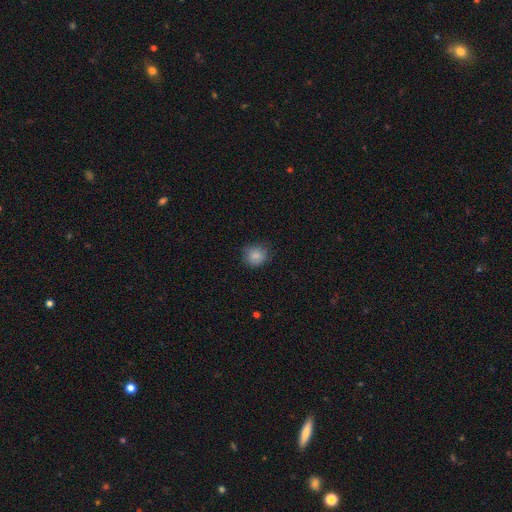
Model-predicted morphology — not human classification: smooth-or-featured: smooth: 85% | star or artifact: 9% | featured or disk: 5%
  how-rounded: round: 84% | in between: 15% | cigar-shaped: 1%
  merging: none: 78% | minor disturbance: 17% | major disturbance: 4% | merger: 1%